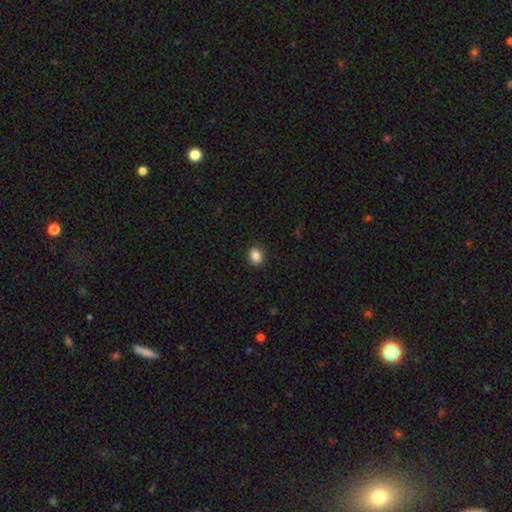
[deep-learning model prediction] Morphology: type=smooth (87%); roundness=round (62%); merging=none (89%).